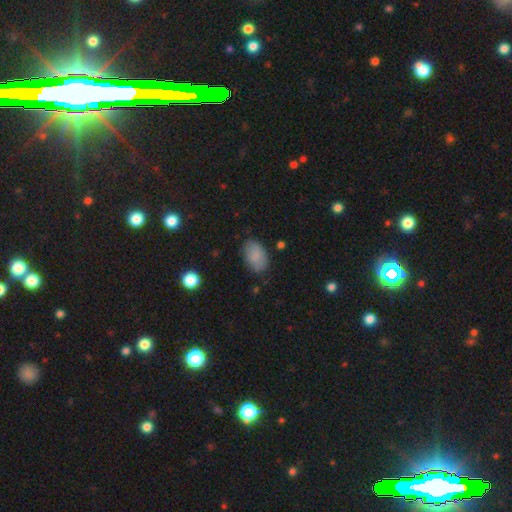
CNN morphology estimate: smooth 85%, featured or disk 8%, star or artifact 7%. Down the decision tree: how rounded — in between (91%); merging — none (80%).